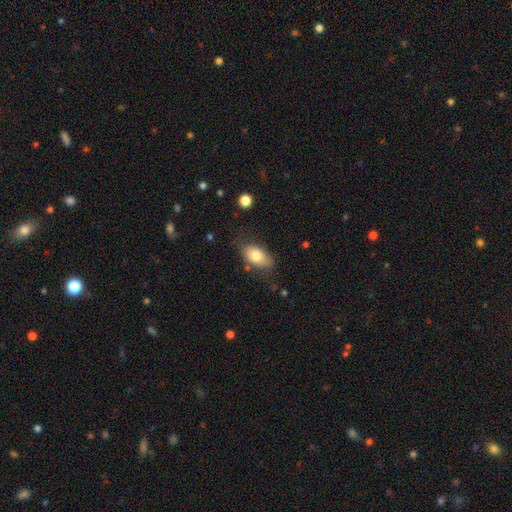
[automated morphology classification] This is likely a smooth galaxy (76%). How rounded: clearly in between (91%). Merging: likely none (68%).